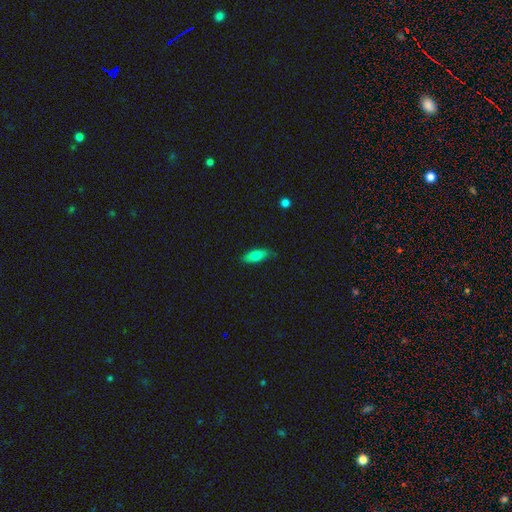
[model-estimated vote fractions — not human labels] This is likely a smooth galaxy (75%). How rounded: likely in between (68%). Merging: likely none (79%).